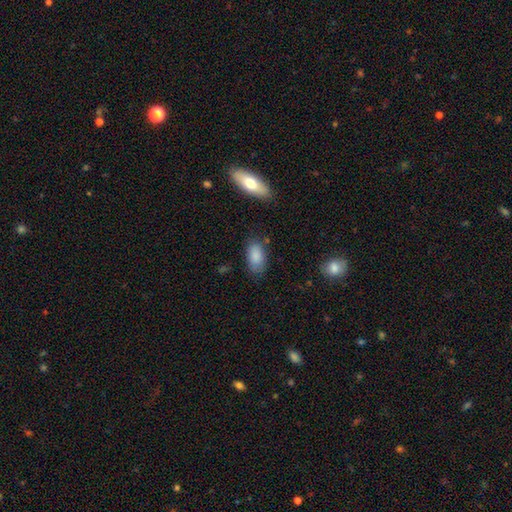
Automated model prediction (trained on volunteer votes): Morphology: type=smooth (86%); roundness=in between (93%); merging=none (76%).